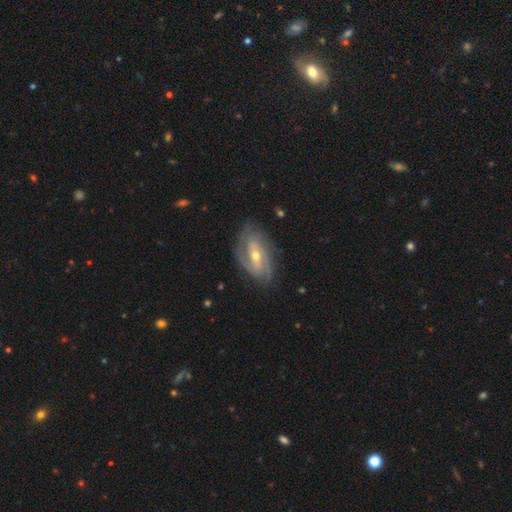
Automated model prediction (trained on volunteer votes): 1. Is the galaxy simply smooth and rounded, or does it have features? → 84% featured or disk, 10% smooth, 6% star or artifact.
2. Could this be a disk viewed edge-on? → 94% no, 6% yes.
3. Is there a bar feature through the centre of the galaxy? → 41% weak, 33% no, 26% strong.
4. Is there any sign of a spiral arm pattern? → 94% yes, 6% no.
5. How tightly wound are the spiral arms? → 54% tight, 35% medium, 11% loose.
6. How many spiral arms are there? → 45% 2, 21% can't tell, 21% 3, 5% 4, 4% 1, 4% more than 4.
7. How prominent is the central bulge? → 52% moderate, 45% small, 2% large, 1% none, 1% dominant.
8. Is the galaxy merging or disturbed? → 77% none, 17% minor disturbance, 5% major disturbance, 1% merger.